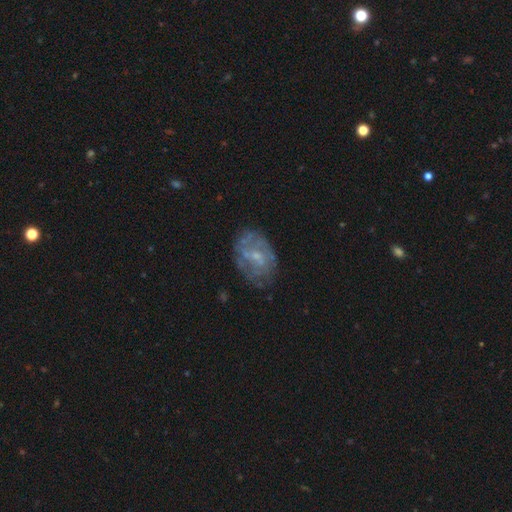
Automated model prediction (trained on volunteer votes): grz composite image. It shows a featured or disk galaxy (66%) with no bar (59%), spiral arms (55%) and a small central bulge (62%). Merging: none (65%).